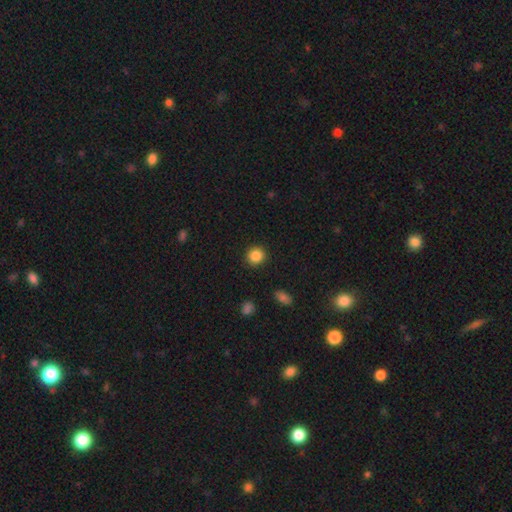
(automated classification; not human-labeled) A smooth galaxy with no disk features (86%) that is round (91%). Merging: none (91%).